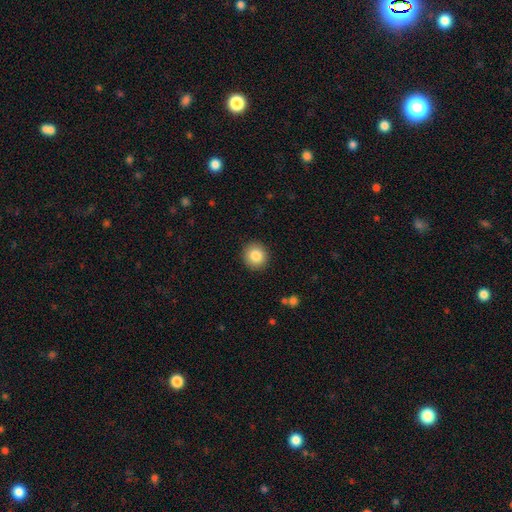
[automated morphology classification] A smooth galaxy with no disk features (85%) that is round (90%).

Vote fractions:
- Smooth or featured? smooth: 85% / star or artifact: 9% / featured or disk: 7%
- How rounded? round: 90% / in between: 9% / cigar-shaped: 1%
- Merging? none: 91% / minor disturbance: 6% / major disturbance: 2% / merger: 1%